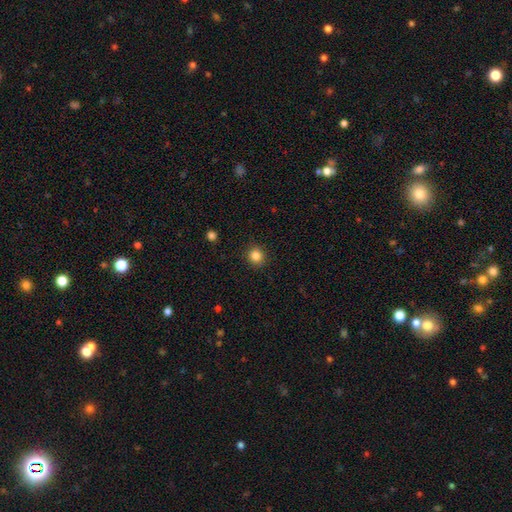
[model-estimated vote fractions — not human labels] smooth-or-featured: smooth: 84% | star or artifact: 11% | featured or disk: 5%
  how-rounded: round: 89% | in between: 11% | cigar-shaped: 1%
  merging: none: 91% | minor disturbance: 6% | major disturbance: 2% | merger: 1%